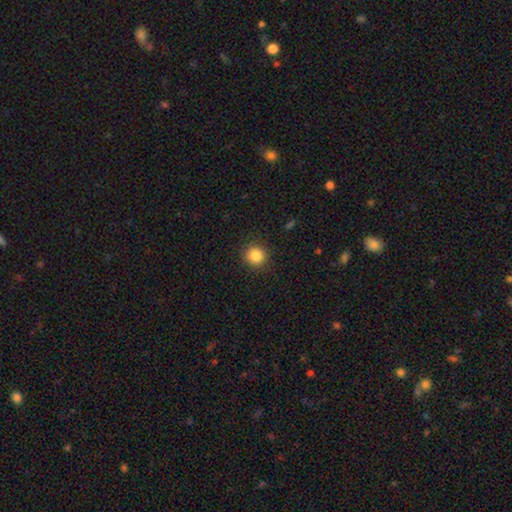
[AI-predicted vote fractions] This appears to be a smooth galaxy with no disk features (85%) that is round (89%). Merging: none (89%).